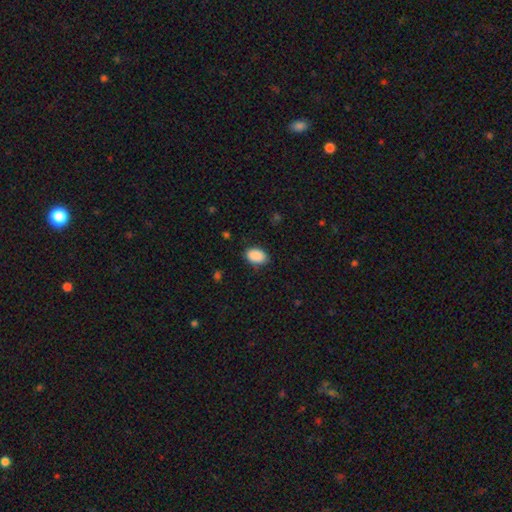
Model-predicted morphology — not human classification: This appears to be a smooth galaxy with no disk features (90%) that is in between round and cigar-shaped (87%). Merging: none (83%).